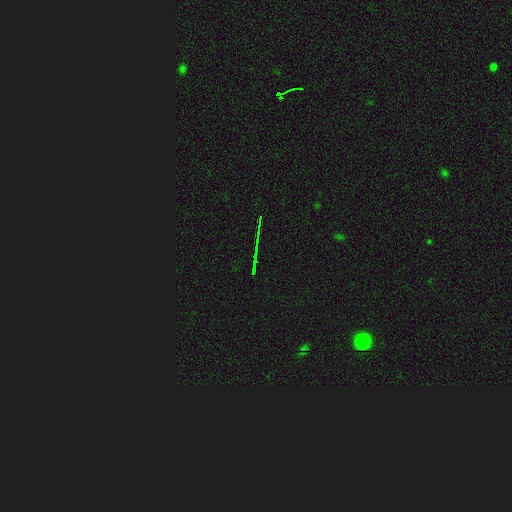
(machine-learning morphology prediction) smooth-or-featured: star or artifact: 76% | featured or disk: 14% | smooth: 10%